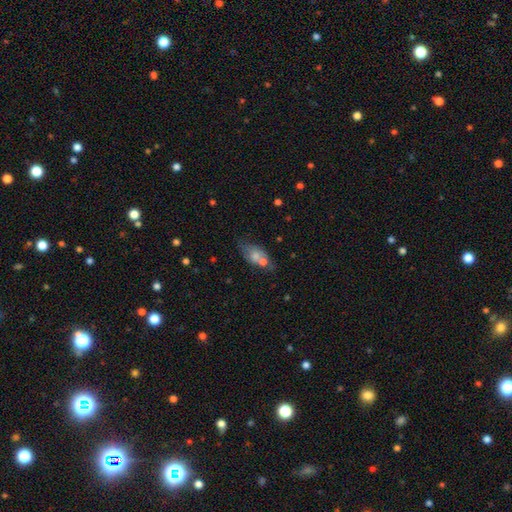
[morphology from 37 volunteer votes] Volunteers were most divided on "smooth or featured": smooth: 65%, featured or disk: 30%, star or artifact: 5%. More confident: how rounded — in between (79%); merging — none (57%).